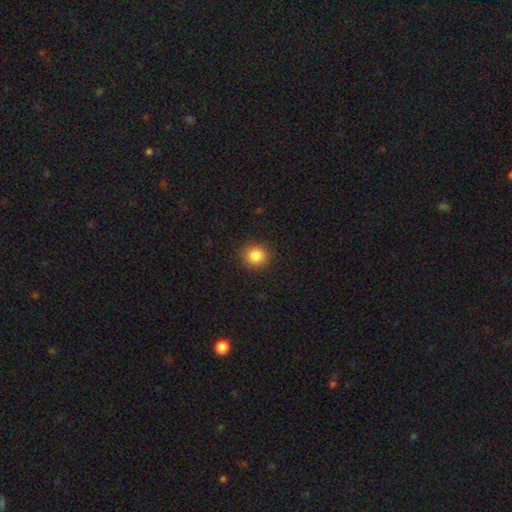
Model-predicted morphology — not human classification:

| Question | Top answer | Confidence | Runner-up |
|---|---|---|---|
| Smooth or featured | smooth | 86% | star or artifact (10%) |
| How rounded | round | 90% | in between (9%) |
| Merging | none | 91% | minor disturbance (6%) |